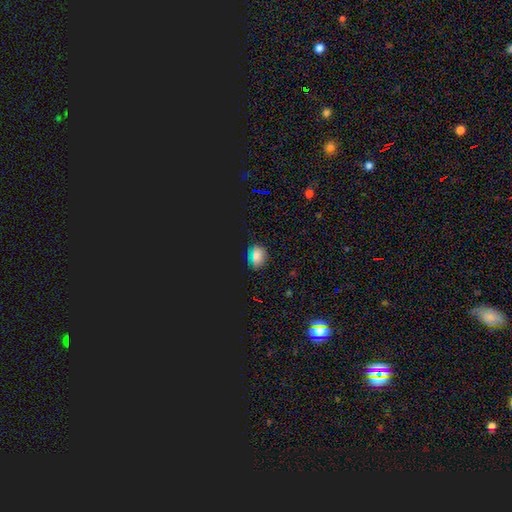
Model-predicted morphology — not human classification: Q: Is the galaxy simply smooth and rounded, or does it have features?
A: smooth — 54%.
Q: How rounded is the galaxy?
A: round — 49%.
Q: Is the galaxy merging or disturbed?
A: none — 84%.